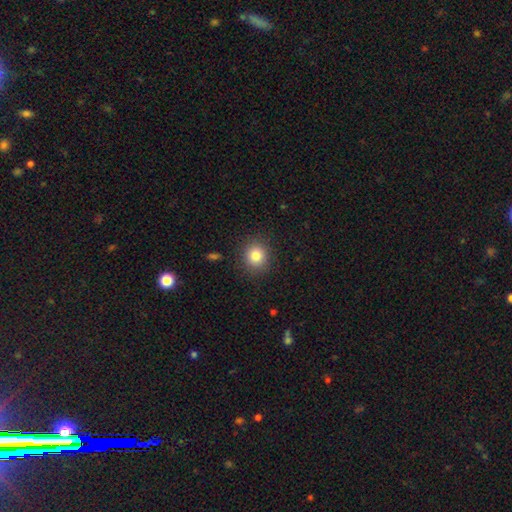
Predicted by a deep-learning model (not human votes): smooth-or-featured: smooth: 82% | star or artifact: 11% | featured or disk: 7%
  how-rounded: round: 85% | in between: 14% | cigar-shaped: 1%
  merging: none: 88% | minor disturbance: 8% | major disturbance: 3% | merger: 1%